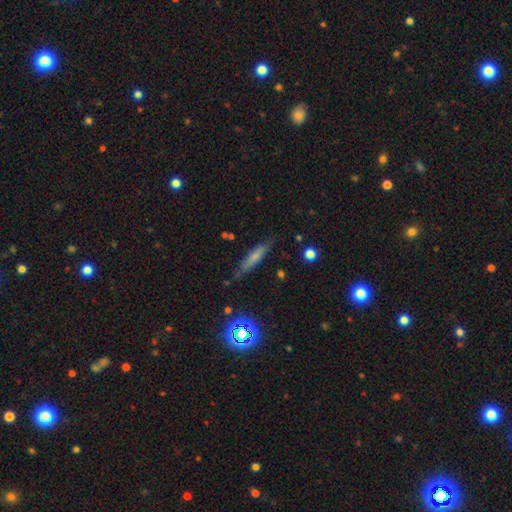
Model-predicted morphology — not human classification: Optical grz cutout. It shows a smooth galaxy with no disk features (56%) that is cigar-shaped (84%). Merging: none (77%).